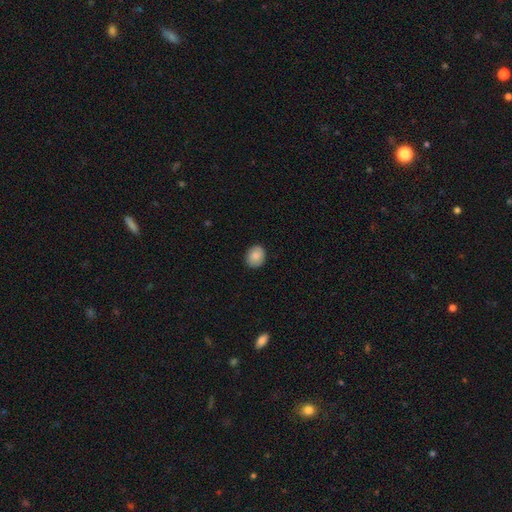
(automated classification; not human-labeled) Smooth or featured? smooth (86%)
How rounded? round (61%)
Merging? none (88%)